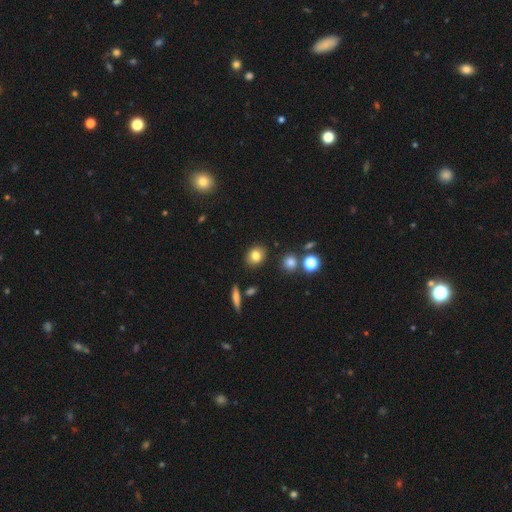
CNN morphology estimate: Smooth or featured?
  - smooth: 80% *
  - star or artifact: 11%
  - featured or disk: 9%
How rounded?
  - round: 56% *
  - in between: 42%
  - cigar-shaped: 2%
Merging?
  - none: 86% *
  - minor disturbance: 9%
  - merger: 3%
  - major disturbance: 2%